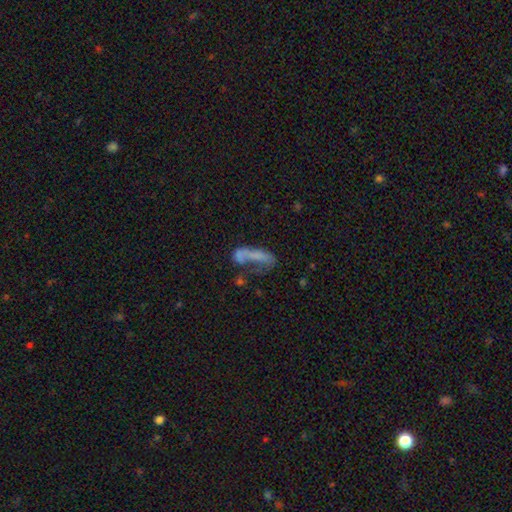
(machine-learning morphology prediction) Smooth or featured?
  - smooth: 55% *
  - featured or disk: 31%
  - star or artifact: 14%
How rounded?
  - in between: 55% *
  - cigar-shaped: 40%
  - round: 5%
Merging?
  - major disturbance: 35% *
  - merger: 29%
  - none: 23%
  - minor disturbance: 14%